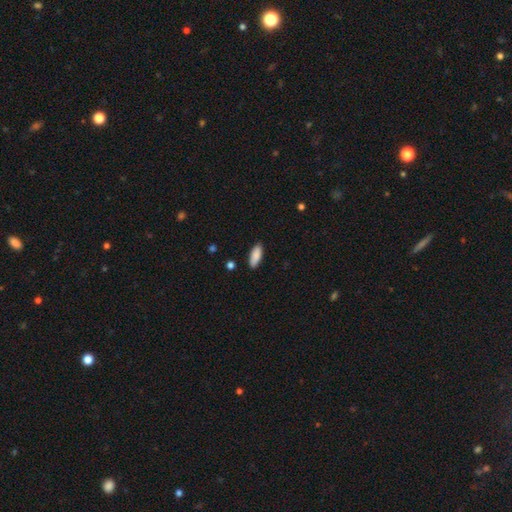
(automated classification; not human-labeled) A smooth galaxy with no disk features (88%) that is in between round and cigar-shaped (74%). Merging: none (86%).